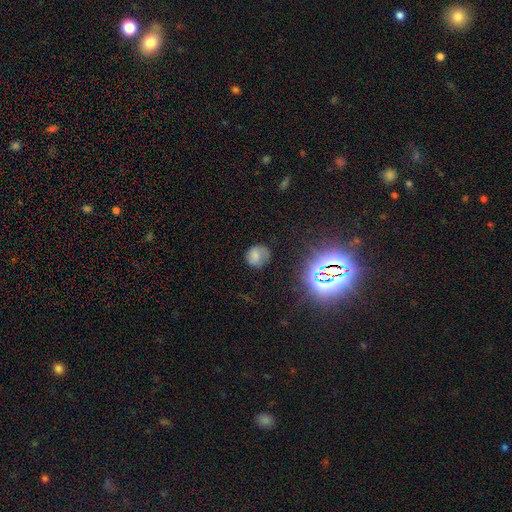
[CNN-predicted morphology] Smooth or featured: smooth — 66% (star or artifact — 19%)
How rounded: round — 75% (in between — 24%)
Merging: none — 66% (minor disturbance — 23%)